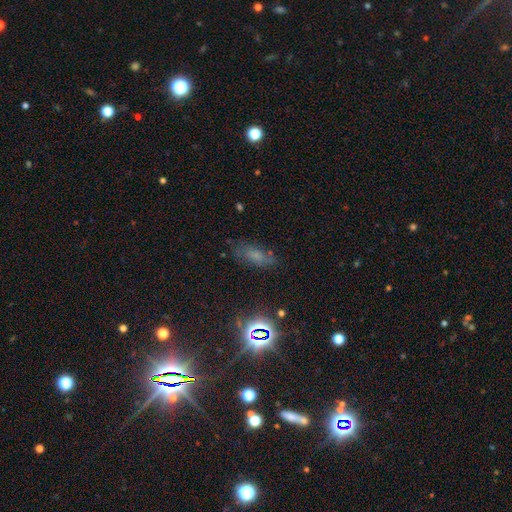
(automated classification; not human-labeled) This appears to be a smooth galaxy with no disk features (49%). Merging: none (68%).